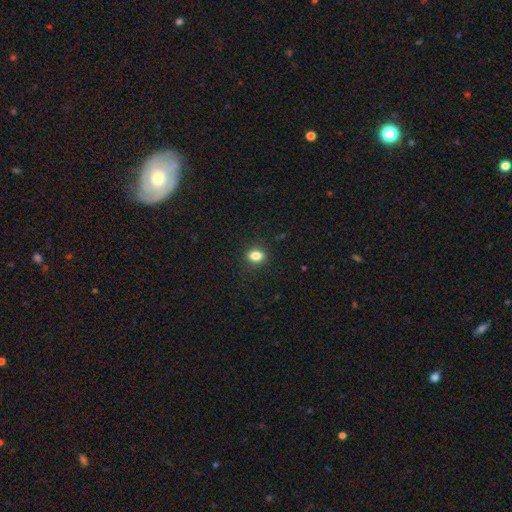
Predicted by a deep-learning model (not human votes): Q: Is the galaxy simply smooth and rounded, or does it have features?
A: smooth — 84%.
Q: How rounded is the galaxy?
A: in between — 62%.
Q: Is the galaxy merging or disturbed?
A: none — 88%.